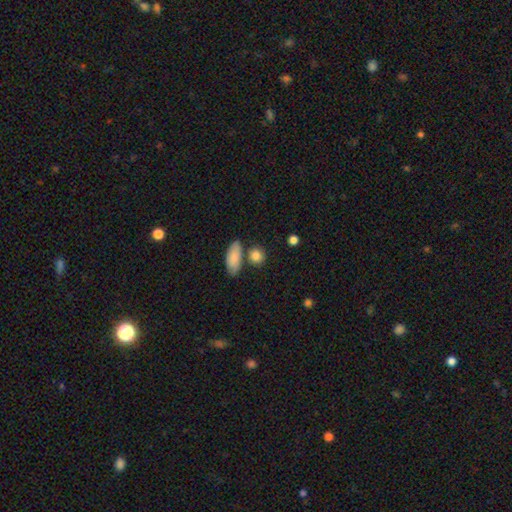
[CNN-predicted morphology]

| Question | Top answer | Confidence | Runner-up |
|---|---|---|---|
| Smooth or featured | smooth | 86% | star or artifact (7%) |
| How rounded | round | 67% | in between (30%) |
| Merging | none | 72% | merger (13%) |